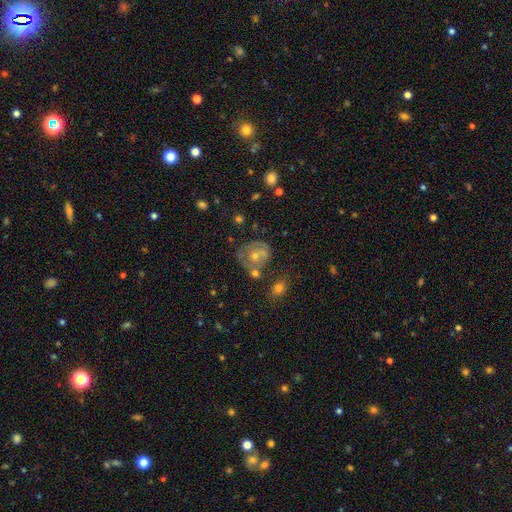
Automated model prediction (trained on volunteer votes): smooth_or_featured: featured or disk (p=0.58) [alt: smooth p=0.28]
disk_edge_on: no (p=0.96) [alt: yes p=0.04]
bar: no (p=0.74) [alt: weak p=0.21]
has_spiral_arms: yes (p=0.58) [alt: no p=0.42]
bulge_size: moderate (p=0.50) [alt: small p=0.44]
merging: none (p=0.61) [alt: minor disturbance p=0.20]